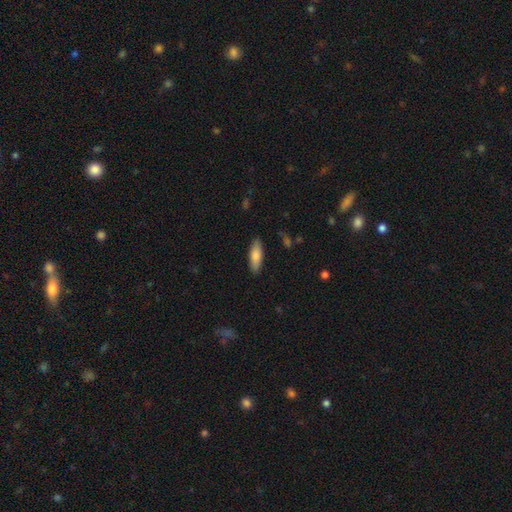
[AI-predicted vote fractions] Q: Smooth or featured?
A: smooth (80%); runner-up: featured or disk (15%)
Q: How rounded?
A: in between (56%); runner-up: cigar-shaped (42%)
Q: Merging?
A: none (87%); runner-up: minor disturbance (10%)